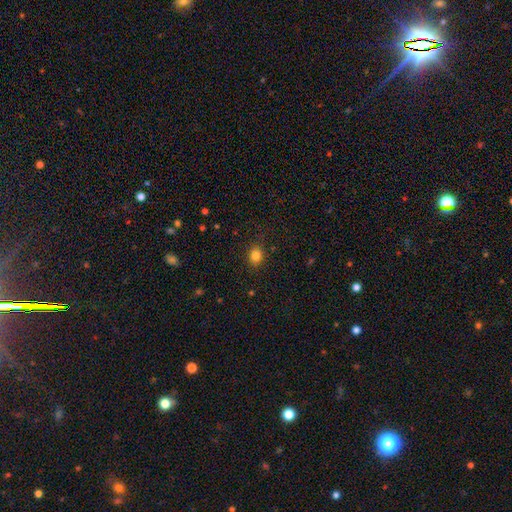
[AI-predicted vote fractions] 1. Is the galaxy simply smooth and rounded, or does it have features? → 82% smooth, 12% star or artifact, 5% featured or disk.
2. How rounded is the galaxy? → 61% round, 38% in between, 1% cigar-shaped.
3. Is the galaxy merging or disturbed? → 87% none, 9% minor disturbance, 3% major disturbance, 1% merger.